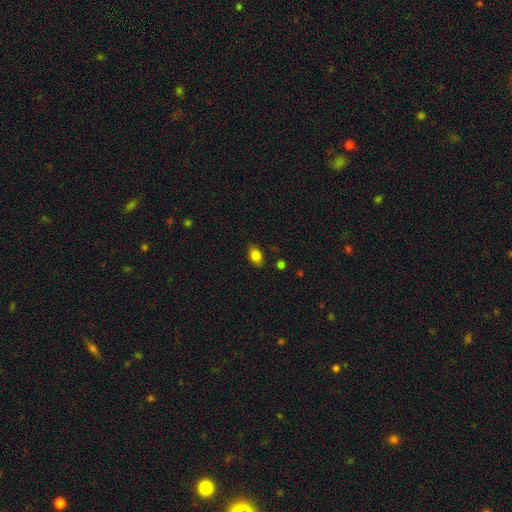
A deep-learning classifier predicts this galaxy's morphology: smooth 83%, star or artifact 9%, featured or disk 7%. Down the decision tree: how rounded — in between (84%); merging — none (84%).